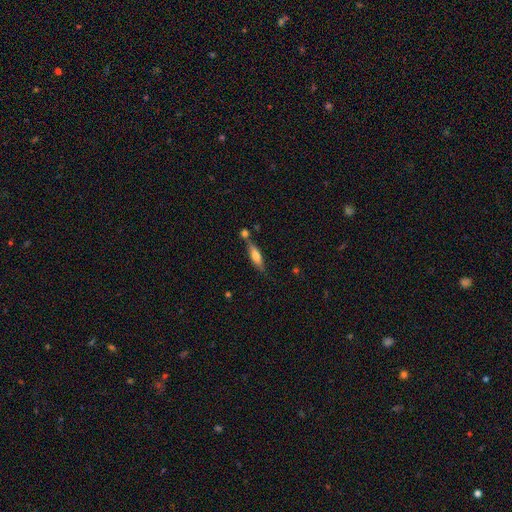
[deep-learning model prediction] Q: Smooth or featured?
A: smooth (51%); runner-up: featured or disk (41%)
Q: How rounded?
A: cigar-shaped (65%); runner-up: in between (32%)
Q: Merging?
A: none (61%); runner-up: merger (19%)